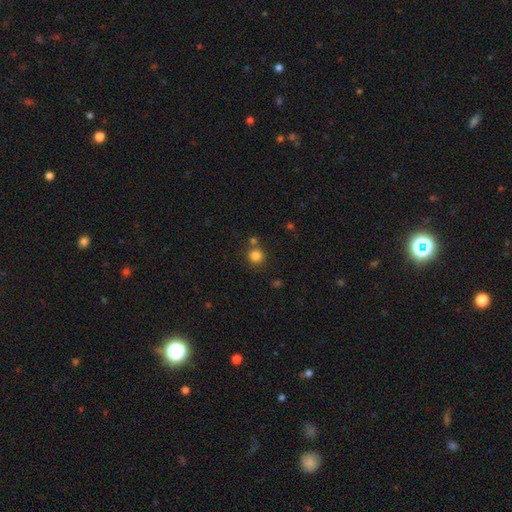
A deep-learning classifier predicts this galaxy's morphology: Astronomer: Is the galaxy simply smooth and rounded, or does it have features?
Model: smooth — 83%.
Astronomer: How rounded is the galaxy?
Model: round — 93%.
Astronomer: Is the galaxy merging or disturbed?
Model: none — 74%.